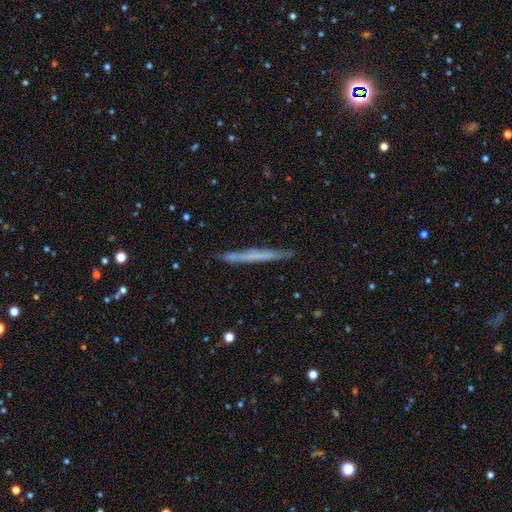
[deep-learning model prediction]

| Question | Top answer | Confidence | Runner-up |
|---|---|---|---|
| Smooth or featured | smooth | 51% | featured or disk (43%) |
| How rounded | cigar-shaped | 97% | in between (2%) |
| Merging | none | 86% | minor disturbance (11%) |